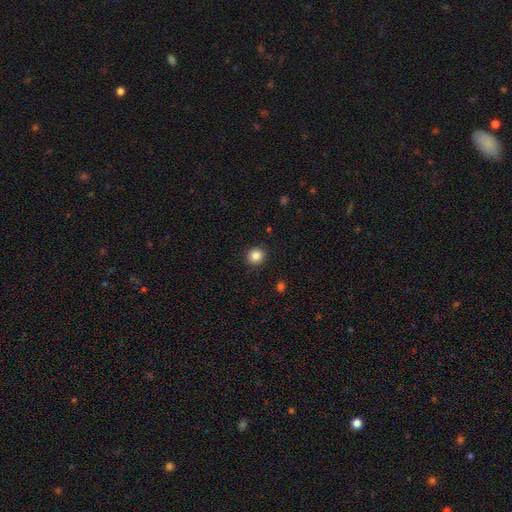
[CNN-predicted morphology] The model was most divided on "smooth or featured": smooth: 85%, star or artifact: 10%, featured or disk: 4%. More confident: merging — none (91%); how rounded — round (88%).